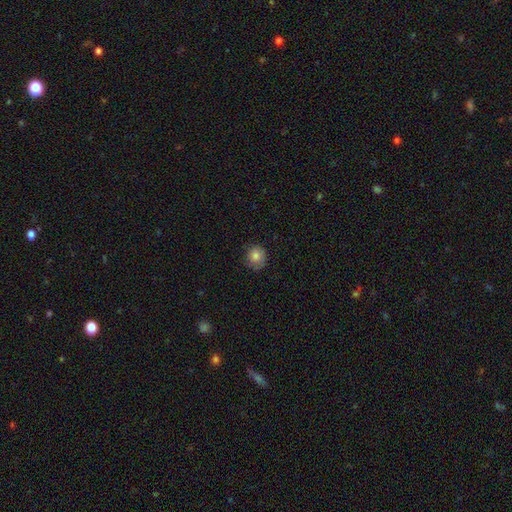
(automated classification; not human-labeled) smooth_or_featured: smooth (p=0.82) [alt: star or artifact p=0.09]
how_rounded: round (p=0.87) [alt: in between p=0.12]
merging: none (p=0.76) [alt: minor disturbance p=0.19]